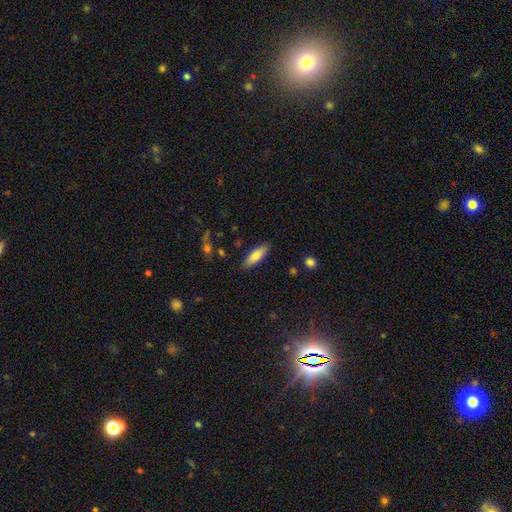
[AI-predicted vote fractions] smooth_or_featured: smooth (p=0.79) [alt: featured or disk p=0.15]
how_rounded: cigar-shaped (p=0.50) [alt: in between p=0.49]
merging: none (p=0.87) [alt: minor disturbance p=0.09]